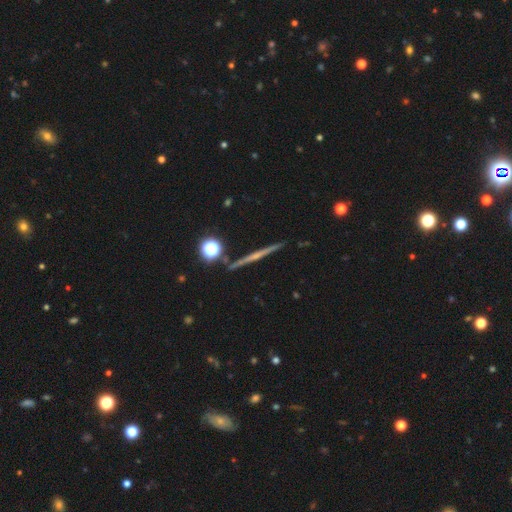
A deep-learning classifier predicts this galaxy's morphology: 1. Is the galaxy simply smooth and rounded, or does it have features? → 72% featured or disk, 20% smooth, 8% star or artifact.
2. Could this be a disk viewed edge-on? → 98% yes, 2% no.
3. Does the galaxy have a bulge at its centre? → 51% none, 41% rounded, 8% boxy.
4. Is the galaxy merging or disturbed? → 91% none, 6% minor disturbance, 2% merger, 1% major disturbance.